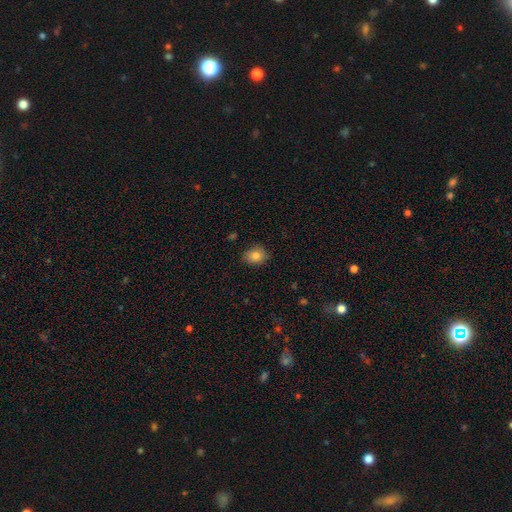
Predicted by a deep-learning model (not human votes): This is clearly a smooth galaxy (83%). How rounded: possibly in between (56%). Merging: clearly none (83%).